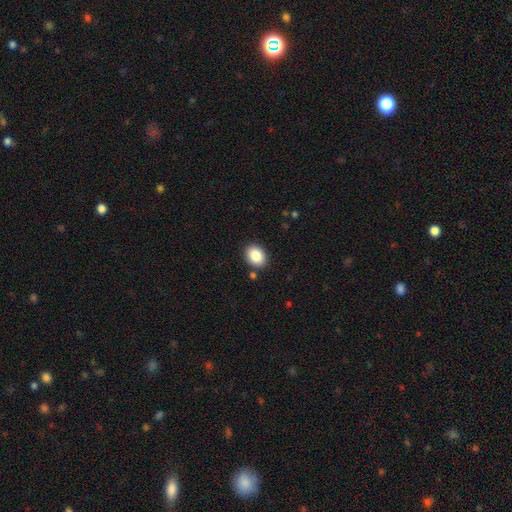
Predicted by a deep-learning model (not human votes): Overall: smooth (87%). How rounded: in between (65%; round 34%). Merging: none (87%).